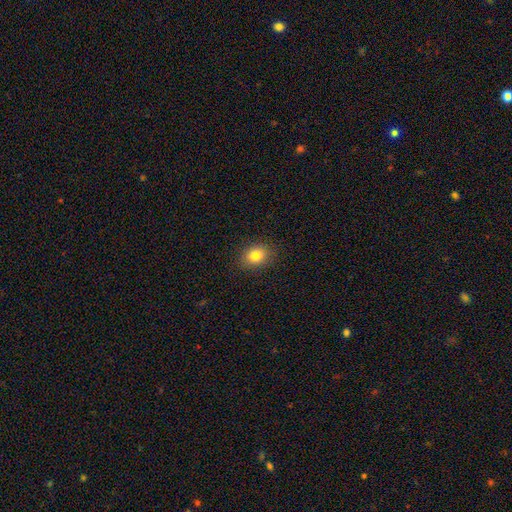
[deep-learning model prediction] A smooth galaxy with no disk features (82%) that is in between round and cigar-shaped (50%). Merging: none (89%).